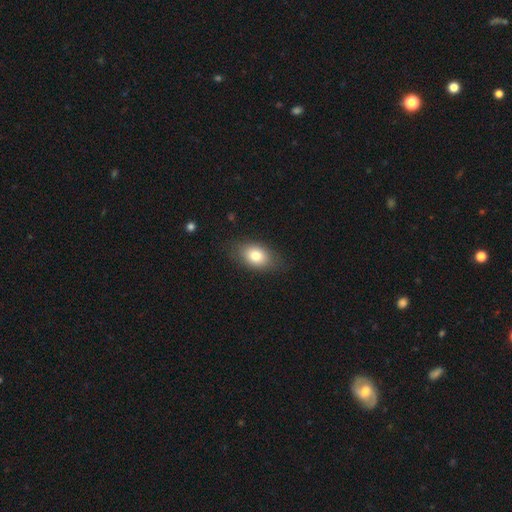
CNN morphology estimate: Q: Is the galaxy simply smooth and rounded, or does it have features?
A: smooth — 78%.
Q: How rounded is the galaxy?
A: in between — 80%.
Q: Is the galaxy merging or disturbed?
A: none — 81%.